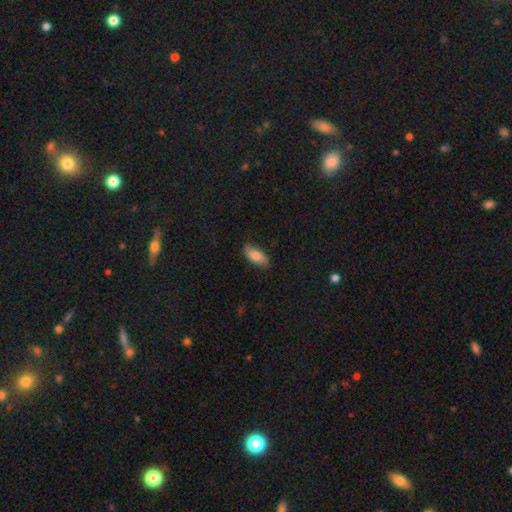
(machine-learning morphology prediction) Q: Smooth or featured?
A: smooth (72%); runner-up: featured or disk (21%)
Q: How rounded?
A: in between (87%); runner-up: cigar-shaped (11%)
Q: Merging?
A: none (78%); runner-up: minor disturbance (18%)